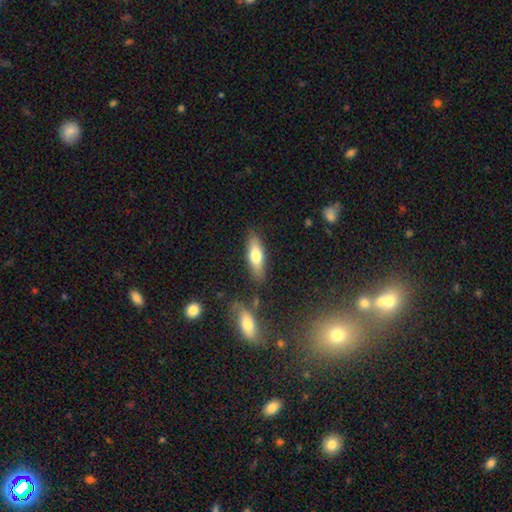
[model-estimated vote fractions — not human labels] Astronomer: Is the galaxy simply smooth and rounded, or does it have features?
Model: smooth — 68%.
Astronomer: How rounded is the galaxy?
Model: in between — 54% (runner-up: cigar-shaped, 43%).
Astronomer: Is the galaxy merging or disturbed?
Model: none — 83%.